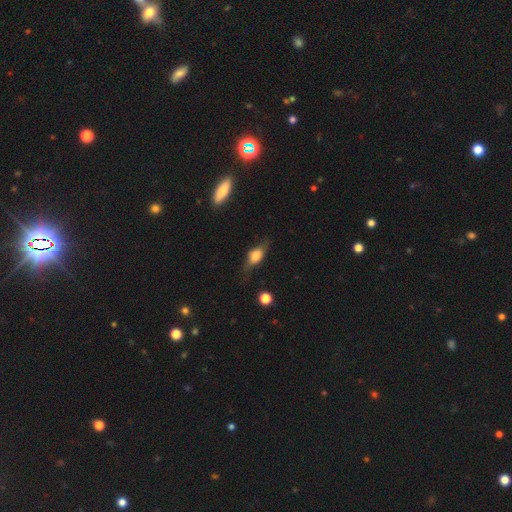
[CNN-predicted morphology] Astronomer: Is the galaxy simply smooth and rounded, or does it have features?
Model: smooth — 48% (runner-up: featured or disk, 43%).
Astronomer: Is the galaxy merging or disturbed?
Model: none — 62%.